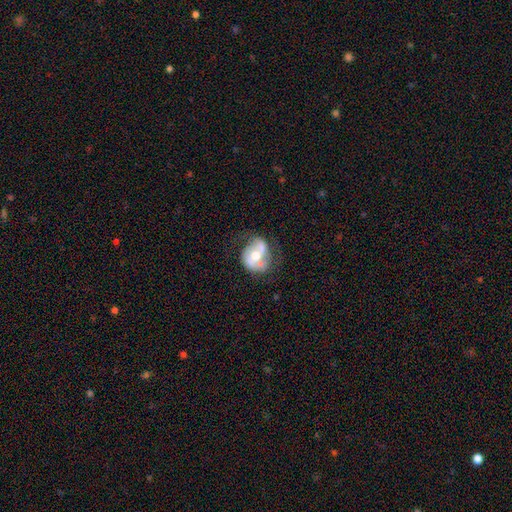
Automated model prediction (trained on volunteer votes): This appears to be a featured or disk galaxy (65%) with no bar (48%), spiral arms (68%) and a moderate central bulge (70%). Merging: none (50%).